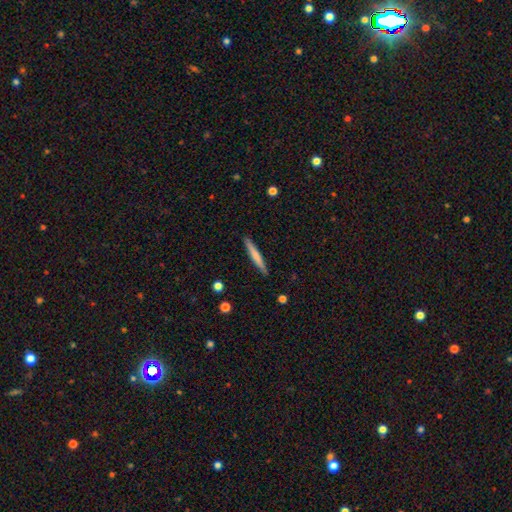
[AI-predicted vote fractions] Smooth or featured? Predicted: smooth (p=0.63). How rounded? Predicted: cigar-shaped (p=0.96). Merging? Predicted: none (p=0.90).